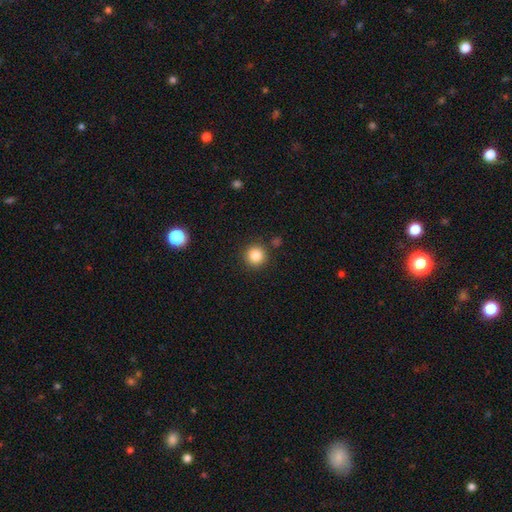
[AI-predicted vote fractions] smooth 85%, star or artifact 11%, featured or disk 5%. Down the decision tree: how rounded — round (94%); merging — none (88%).